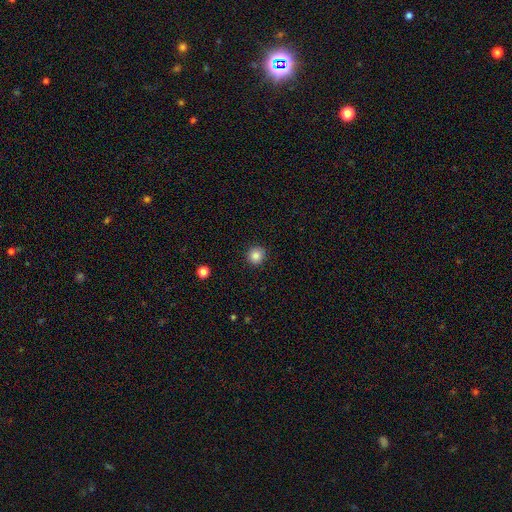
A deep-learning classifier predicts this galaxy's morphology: smooth 84%, star or artifact 10%, featured or disk 5%. Down the decision tree: how rounded — round (93%); merging — none (91%).